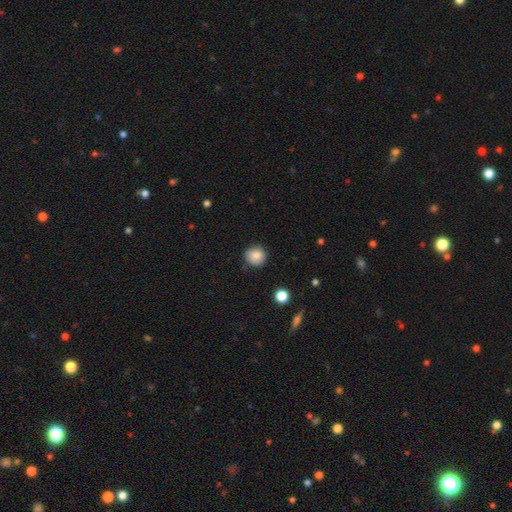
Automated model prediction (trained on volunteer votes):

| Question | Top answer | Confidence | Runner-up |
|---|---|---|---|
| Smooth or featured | smooth | 83% | star or artifact (9%) |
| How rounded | round | 91% | in between (8%) |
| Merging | none | 82% | minor disturbance (14%) |